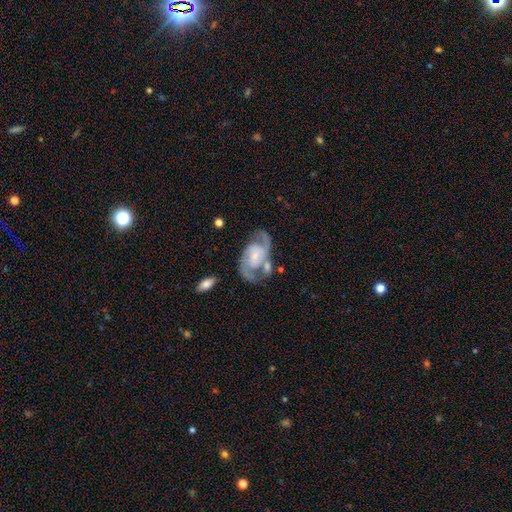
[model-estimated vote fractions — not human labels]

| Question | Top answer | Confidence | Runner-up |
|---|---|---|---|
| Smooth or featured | featured or disk | 84% | smooth (10%) |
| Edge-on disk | no | 97% | yes (3%) |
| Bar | no | 43% | weak (40%) |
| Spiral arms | yes | 95% | no (5%) |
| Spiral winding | medium | 55% | tight (24%) |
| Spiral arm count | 2 | 87% | can't tell (5%) |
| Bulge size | small | 47% | moderate (26%) |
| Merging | none | 56% | minor disturbance (18%) |